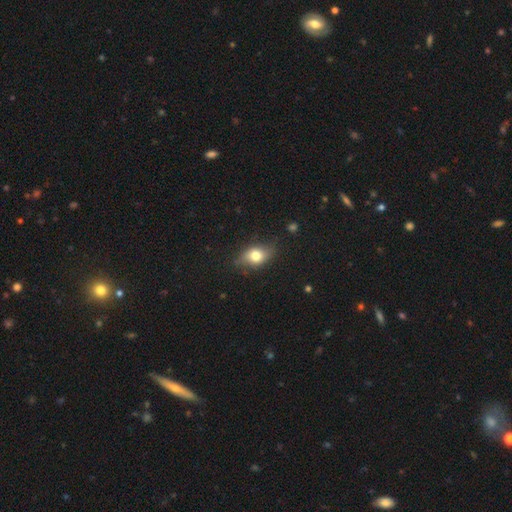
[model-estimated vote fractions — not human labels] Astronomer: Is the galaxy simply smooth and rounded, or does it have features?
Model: smooth — 72%.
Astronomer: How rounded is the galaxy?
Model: in between — 74%.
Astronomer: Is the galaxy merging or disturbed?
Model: none — 72%.